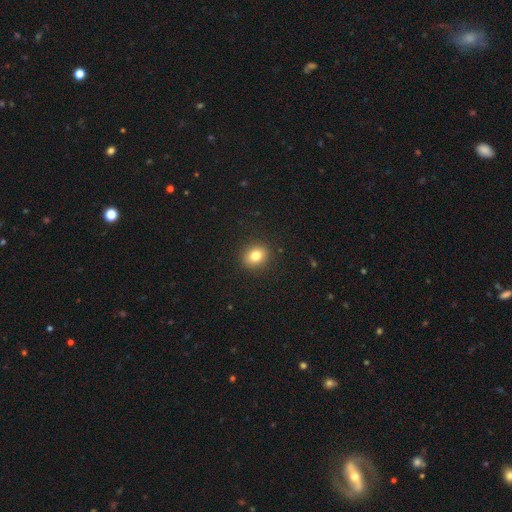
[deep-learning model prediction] Smooth or featured: smooth — 81% (star or artifact — 11%)
How rounded: round — 61% (in between — 38%)
Merging: none — 90% (minor disturbance — 6%)